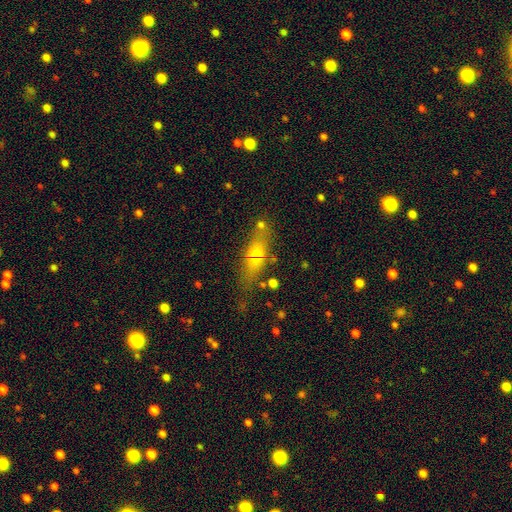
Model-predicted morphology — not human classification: Q: Smooth or featured?
A: smooth (60%); runner-up: featured or disk (27%)
Q: How rounded?
A: cigar-shaped (50%); runner-up: in between (44%)
Q: Merging?
A: none (67%); runner-up: minor disturbance (16%)